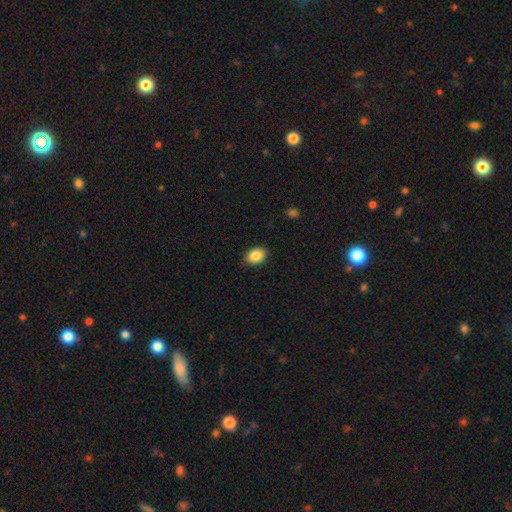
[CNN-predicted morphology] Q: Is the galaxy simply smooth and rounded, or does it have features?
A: smooth — 87%.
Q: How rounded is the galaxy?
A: in between — 70%.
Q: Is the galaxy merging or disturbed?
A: none — 88%.